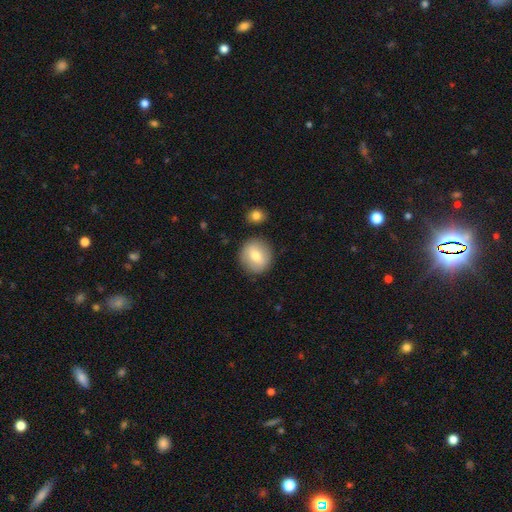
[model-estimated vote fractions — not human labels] Smooth or featured?
  - smooth: 73% *
  - featured or disk: 20%
  - star or artifact: 8%
How rounded?
  - round: 89% *
  - in between: 9%
  - cigar-shaped: 1%
Merging?
  - none: 87% *
  - minor disturbance: 8%
  - merger: 3%
  - major disturbance: 2%